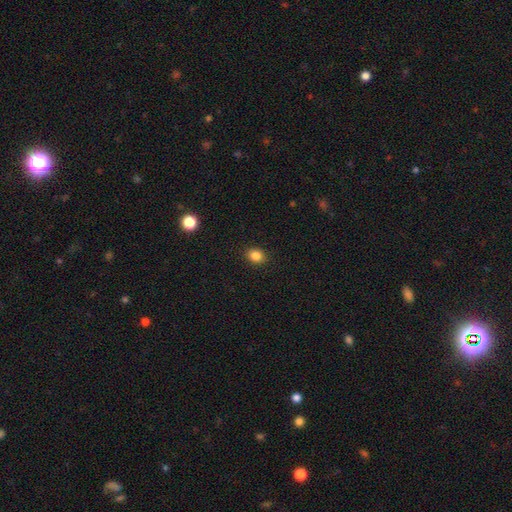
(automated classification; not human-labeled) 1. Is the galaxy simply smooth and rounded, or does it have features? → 84% smooth, 11% star or artifact, 5% featured or disk.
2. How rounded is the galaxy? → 50% in between, 49% round, 1% cigar-shaped.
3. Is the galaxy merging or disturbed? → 90% none, 7% minor disturbance, 2% major disturbance, 1% merger.